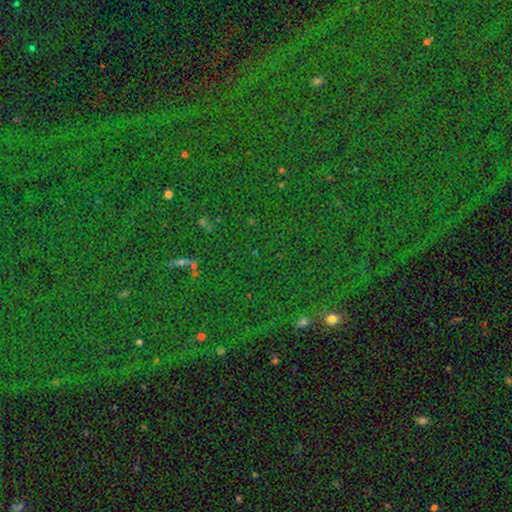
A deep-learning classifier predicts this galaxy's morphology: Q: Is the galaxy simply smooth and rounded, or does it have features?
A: star or artifact — 85%.